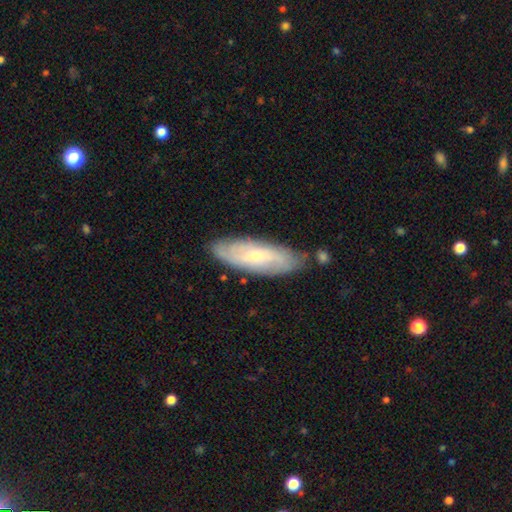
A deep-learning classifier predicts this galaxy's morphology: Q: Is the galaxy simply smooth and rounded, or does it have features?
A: featured or disk — 56%.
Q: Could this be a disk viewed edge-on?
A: no — 80%.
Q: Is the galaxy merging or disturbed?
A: none — 77%.